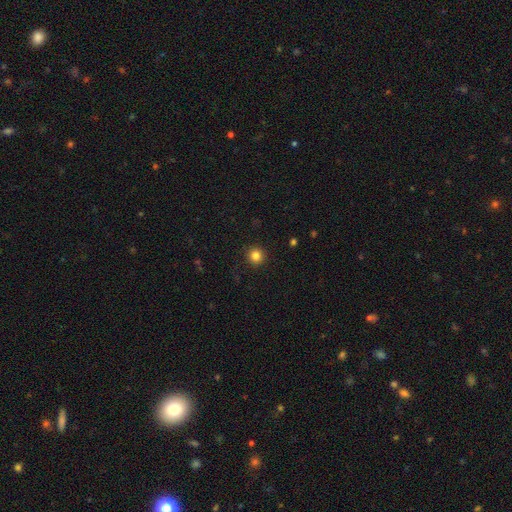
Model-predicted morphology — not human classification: smooth_or_featured: smooth (p=0.83) [alt: star or artifact p=0.12]
how_rounded: round (p=0.95) [alt: in between p=0.04]
merging: none (p=0.93) [alt: minor disturbance p=0.05]